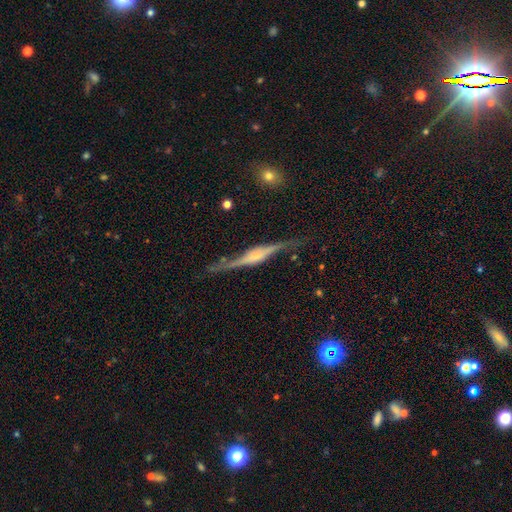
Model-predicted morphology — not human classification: featured or disk 86%, smooth 8%, star or artifact 5%. Down the decision tree: edge-on disk — yes (95%); edge-on bulge — rounded (68%); merging — none (78%).